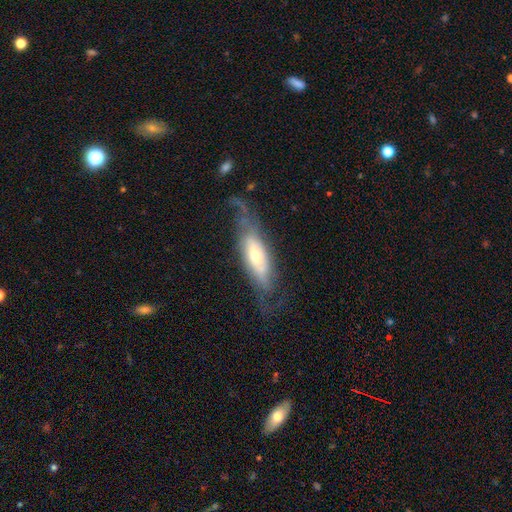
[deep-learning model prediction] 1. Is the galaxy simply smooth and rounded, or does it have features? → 68% featured or disk, 25% smooth, 7% star or artifact.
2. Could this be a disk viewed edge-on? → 62% no, 38% yes.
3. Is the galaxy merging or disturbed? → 58% none, 23% minor disturbance, 17% major disturbance, 2% merger.